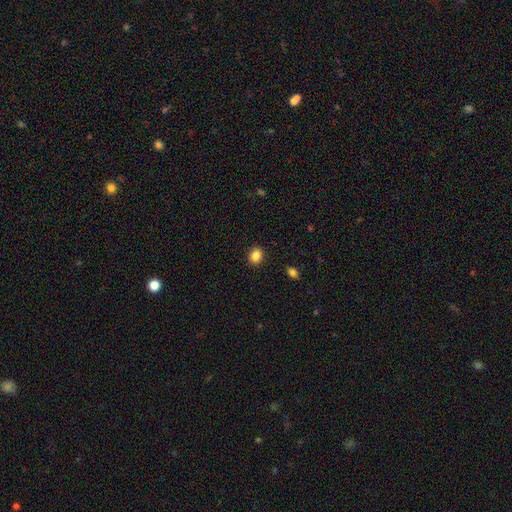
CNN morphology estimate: smooth 87%, star or artifact 9%, featured or disk 4%. Down the decision tree: how rounded — in between (52%); merging — none (90%).